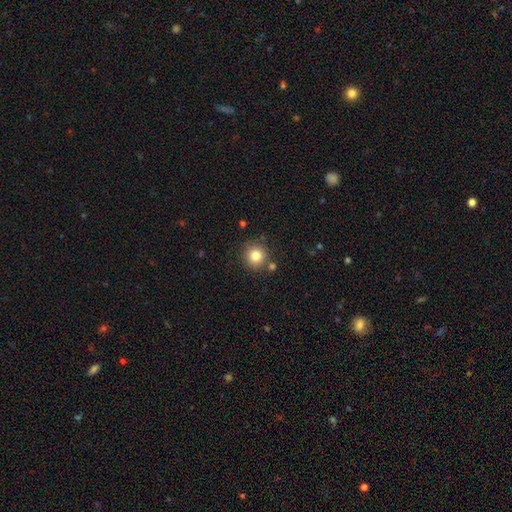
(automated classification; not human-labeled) Smooth or featured?
  - smooth: 81% *
  - star or artifact: 12%
  - featured or disk: 8%
How rounded?
  - round: 92% *
  - in between: 7%
  - cigar-shaped: 1%
Merging?
  - none: 82% *
  - minor disturbance: 9%
  - merger: 6%
  - major disturbance: 3%